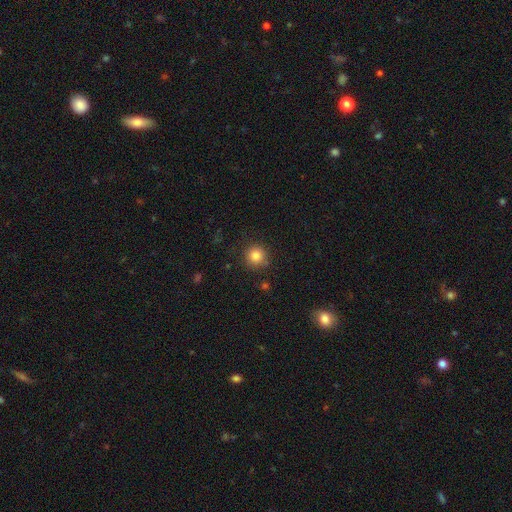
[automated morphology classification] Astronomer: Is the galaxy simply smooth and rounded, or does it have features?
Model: smooth — 84%.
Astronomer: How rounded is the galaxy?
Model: round — 94%.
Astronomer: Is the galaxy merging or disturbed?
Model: none — 86%.